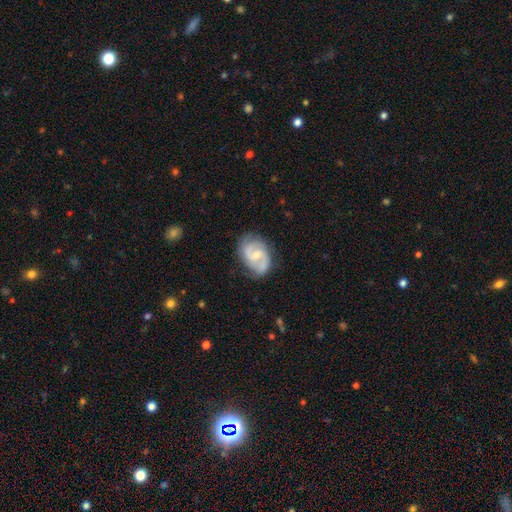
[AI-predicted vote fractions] Smooth or featured? Predicted: featured or disk (p=0.80). Edge-on disk? Predicted: no (p=0.98). Bar? Predicted: weak (p=0.53). Spiral arms? Predicted: yes (p=0.95). Spiral winding? Predicted: medium (p=0.52). Spiral arm count? Predicted: 2 (p=0.88). Bulge size? Predicted: small (p=0.52). Merging? Predicted: none (p=0.74).